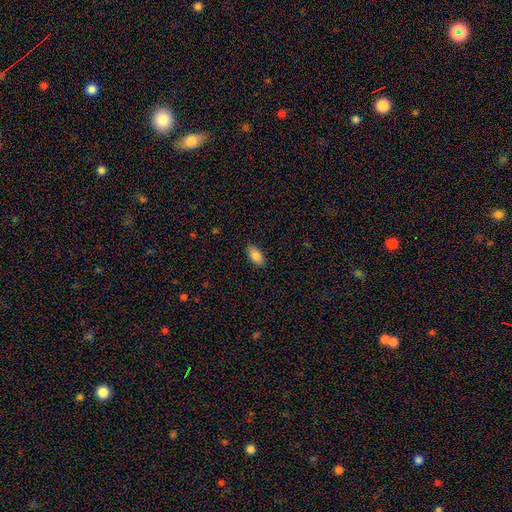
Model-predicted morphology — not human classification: Smooth or featured?
  - smooth: 86% *
  - star or artifact: 7%
  - featured or disk: 6%
How rounded?
  - in between: 92% *
  - cigar-shaped: 5%
  - round: 3%
Merging?
  - none: 86% *
  - minor disturbance: 10%
  - major disturbance: 2%
  - merger: 1%